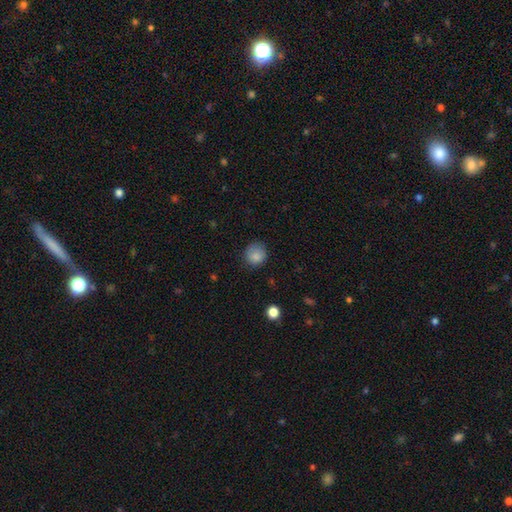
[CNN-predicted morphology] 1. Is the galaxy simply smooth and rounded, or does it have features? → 85% smooth, 10% star or artifact, 5% featured or disk.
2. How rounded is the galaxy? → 86% round, 13% in between, 1% cigar-shaped.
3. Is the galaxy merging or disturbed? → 76% none, 18% minor disturbance, 4% major disturbance, 1% merger.